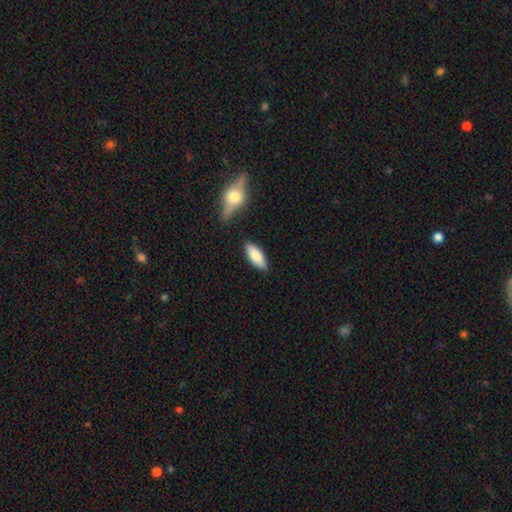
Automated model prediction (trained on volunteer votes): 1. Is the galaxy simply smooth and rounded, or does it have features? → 83% smooth, 11% featured or disk, 6% star or artifact.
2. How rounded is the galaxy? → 74% in between, 24% cigar-shaped, 2% round.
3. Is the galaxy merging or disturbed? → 82% none, 12% minor disturbance, 4% merger, 3% major disturbance.